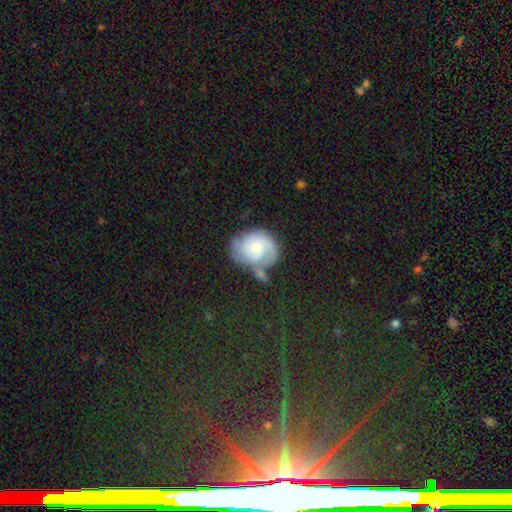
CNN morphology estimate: This is likely a featured or disk galaxy (62%). It is clearly not viewed edge-on (97%). Bar: likely no (70%). Spiral arm pattern: clearly yes (90%). Spiral arm count: possibly 2 (52%). Spiral winding: possibly tight (51%). Central bulge: marginally moderate (42%). Merging: possibly none (51%).